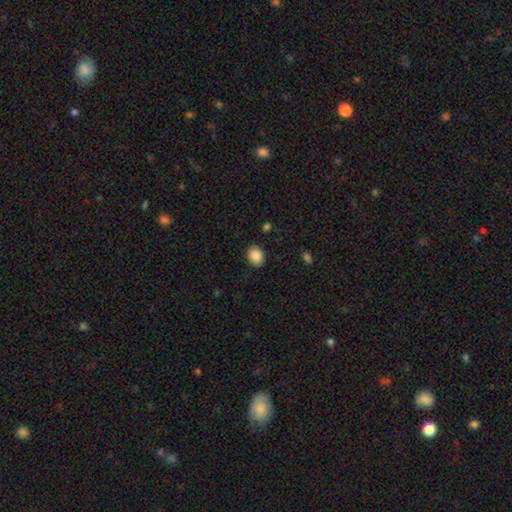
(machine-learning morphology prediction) The model was most divided on "how rounded": in between: 51%, round: 48%, cigar-shaped: 1%. More confident: smooth or featured — smooth (89%); merging — none (88%).